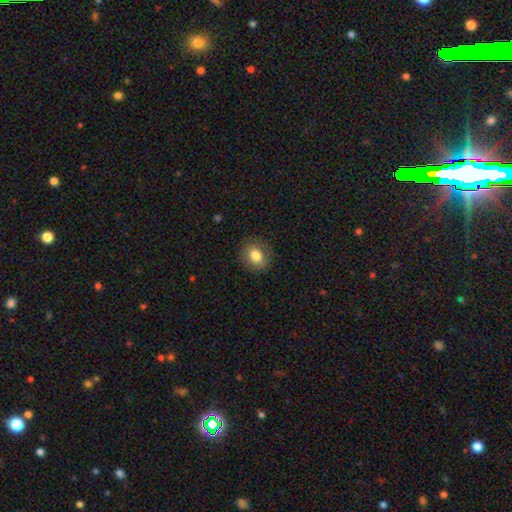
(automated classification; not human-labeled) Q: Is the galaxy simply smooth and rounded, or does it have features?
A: smooth — 80%.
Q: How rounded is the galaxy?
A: round — 59%.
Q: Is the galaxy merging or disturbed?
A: none — 85%.